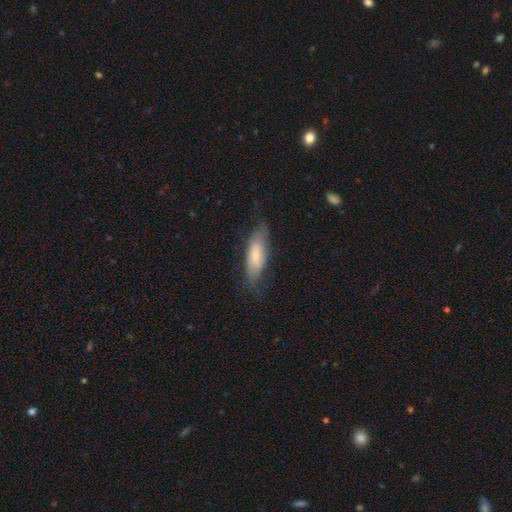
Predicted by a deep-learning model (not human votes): smooth 66%, featured or disk 27%, star or artifact 6%. Down the decision tree: how rounded — in between (64%); merging — none (67%).